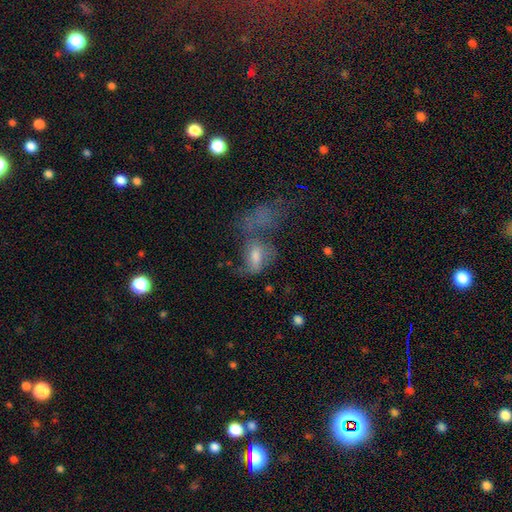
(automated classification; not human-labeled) A smooth galaxy with no disk features (45%). Merging: major disturbance (40%).